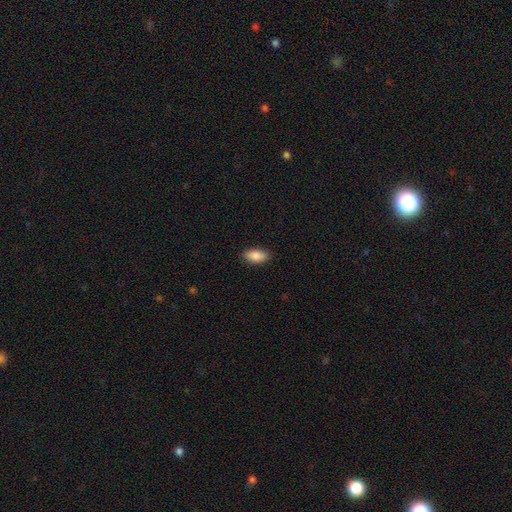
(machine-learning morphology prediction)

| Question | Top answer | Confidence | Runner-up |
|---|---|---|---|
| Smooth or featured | smooth | 87% | featured or disk (7%) |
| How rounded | in between | 90% | cigar-shaped (7%) |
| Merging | none | 88% | minor disturbance (9%) |